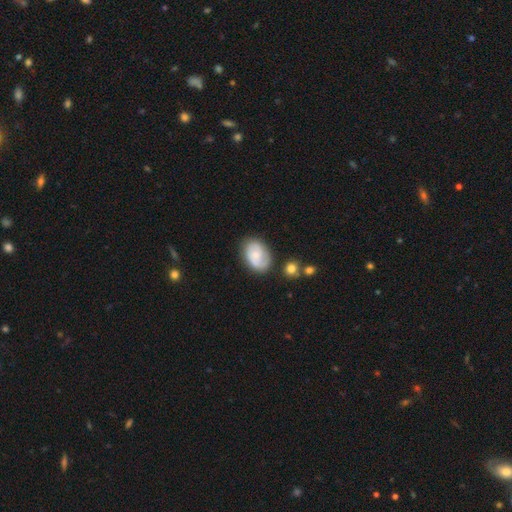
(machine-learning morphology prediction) smooth_or_featured: featured or disk (p=0.53) [alt: smooth p=0.40]
disk_edge_on: no (p=0.97) [alt: yes p=0.03]
bar: no (p=0.68) [alt: weak p=0.28]
has_spiral_arms: yes (p=0.86) [alt: no p=0.14]
bulge_size: small (p=0.55) [alt: moderate p=0.32]
merging: none (p=0.71) [alt: minor disturbance p=0.20]